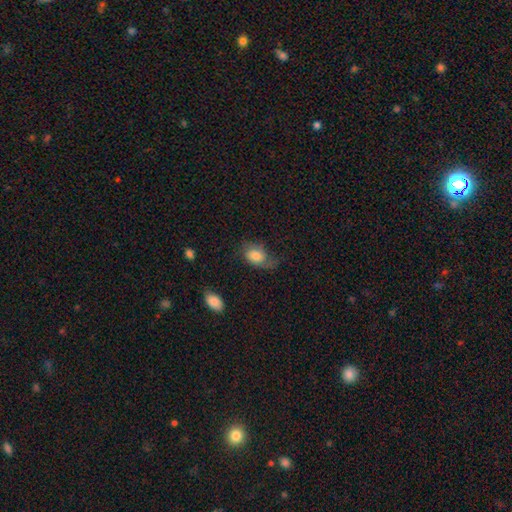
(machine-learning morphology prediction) This is possibly a smooth galaxy (54%). How rounded: likely in between (76%). Merging: possibly none (45%).